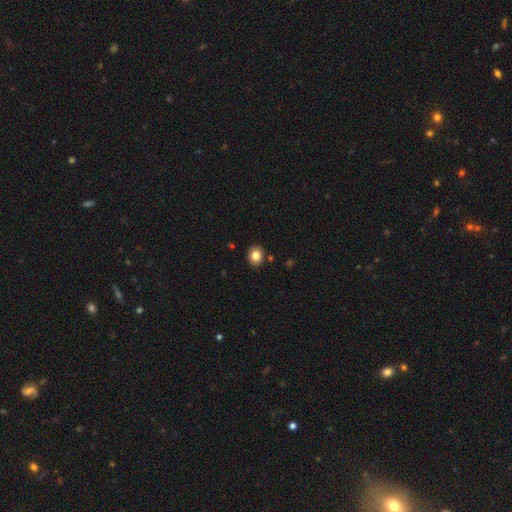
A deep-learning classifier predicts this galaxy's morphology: Smooth or featured? Predicted: smooth (p=0.84). How rounded? Predicted: round (p=0.58). Merging? Predicted: none (p=0.89).